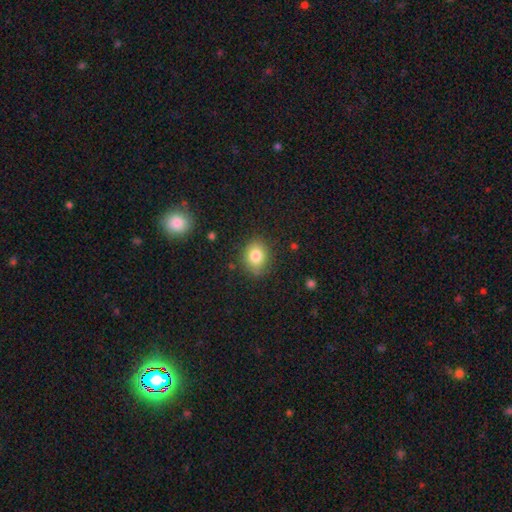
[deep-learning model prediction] Overall: smooth (81%). How rounded: round (52%; in between 47%). Merging: none (82%).